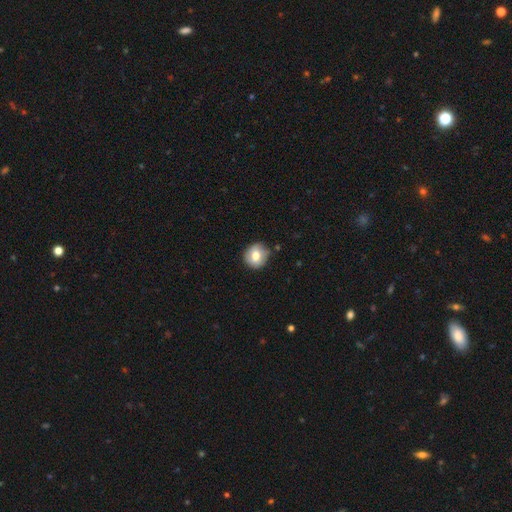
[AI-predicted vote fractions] smooth-or-featured: smooth: 73% | featured or disk: 18% | star or artifact: 9%
  how-rounded: round: 86% | in between: 13% | cigar-shaped: 1%
  merging: none: 80% | minor disturbance: 14% | major disturbance: 3% | merger: 2%